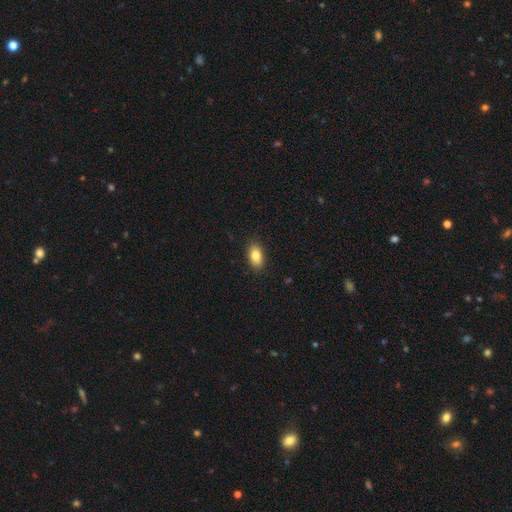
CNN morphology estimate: smooth_or_featured: smooth (p=0.83) [alt: featured or disk p=0.09]
how_rounded: in between (p=0.90) [alt: round p=0.07]
merging: none (p=0.88) [alt: minor disturbance p=0.09]